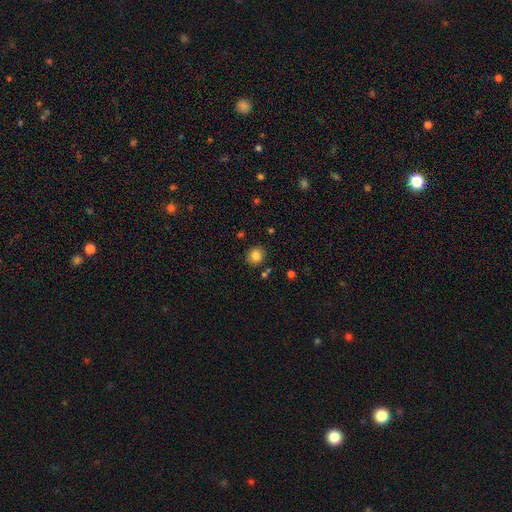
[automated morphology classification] A smooth galaxy with no disk features (83%) that is round (78%). Merging: none (85%).